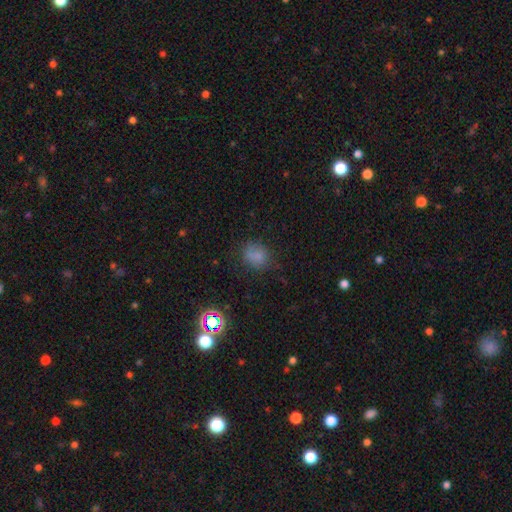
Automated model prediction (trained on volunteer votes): Smooth or featured? smooth (73%)
How rounded? round (62%)
Merging? none (67%)